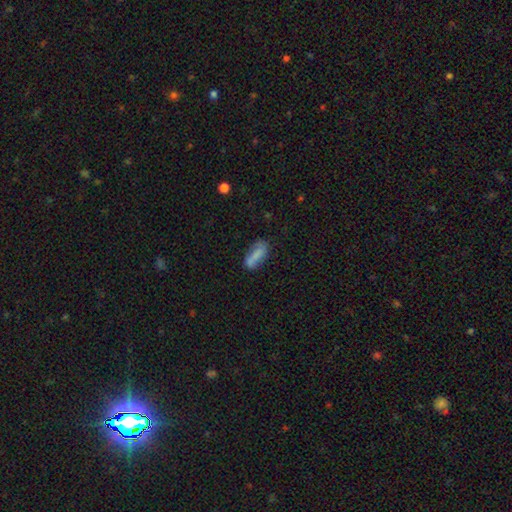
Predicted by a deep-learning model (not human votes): smooth-or-featured: smooth: 69% | featured or disk: 22% | star or artifact: 9%
  how-rounded: in between: 71% | cigar-shaped: 26% | round: 3%
  merging: none: 54% | minor disturbance: 25% | merger: 11% | major disturbance: 10%